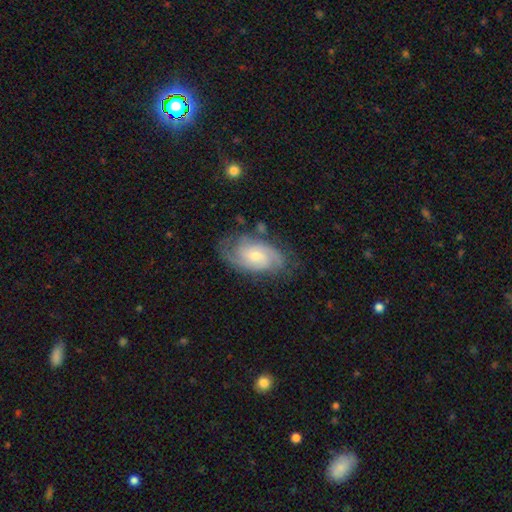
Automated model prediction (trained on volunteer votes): smooth_or_featured: featured or disk (p=0.80) [alt: smooth p=0.14]
disk_edge_on: no (p=0.96) [alt: yes p=0.04]
bar: no (p=0.61) [alt: weak p=0.34]
has_spiral_arms: yes (p=0.96) [alt: no p=0.04]
spiral_winding: tight (p=0.49) [alt: medium p=0.40]
spiral_arm_count: 2 (p=0.53) [alt: 3 p=0.19]
bulge_size: small (p=0.56) [alt: moderate p=0.38]
merging: none (p=0.73) [alt: minor disturbance p=0.18]